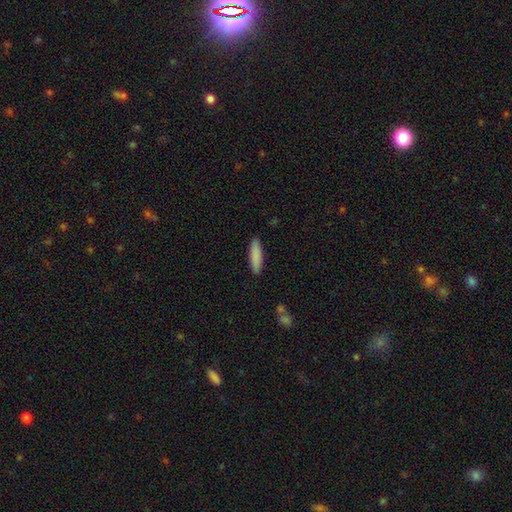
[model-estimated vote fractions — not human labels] Smooth or featured?
  - smooth: 87% *
  - featured or disk: 8%
  - star or artifact: 6%
How rounded?
  - cigar-shaped: 75% *
  - in between: 23%
  - round: 1%
Merging?
  - none: 89% *
  - minor disturbance: 8%
  - major disturbance: 2%
  - merger: 1%